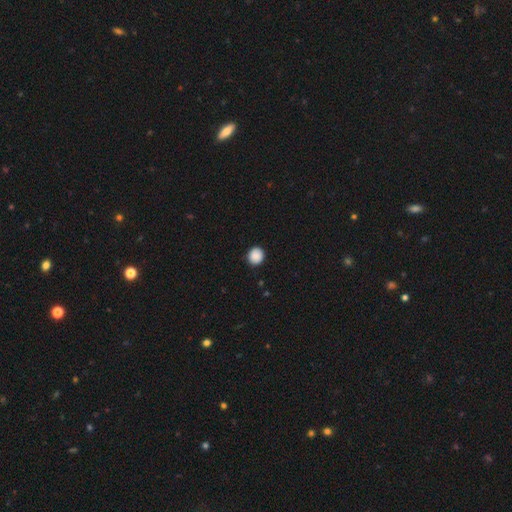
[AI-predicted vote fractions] Morphology: type=smooth (88%); roundness=round (85%); merging=none (89%).